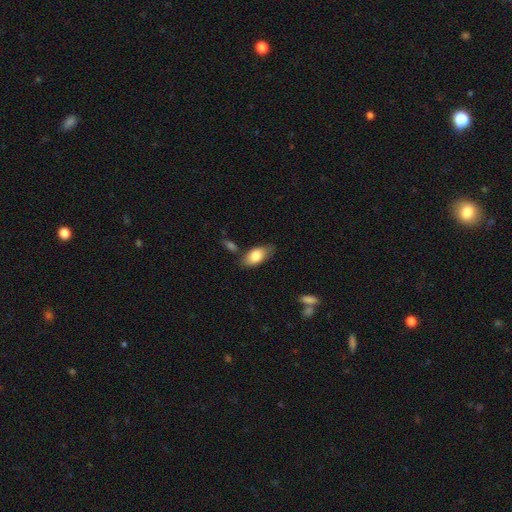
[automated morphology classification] The model was most divided on "merging": none: 71%, minor disturbance: 19%, merger: 6%, major disturbance: 4%. More confident: how rounded — in between (92%); smooth or featured — smooth (80%).